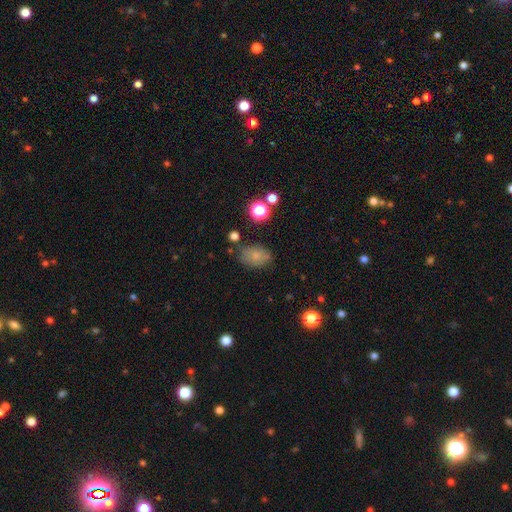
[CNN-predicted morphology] type=smooth (73%); roundness=in between (74%); merging=none (70%).